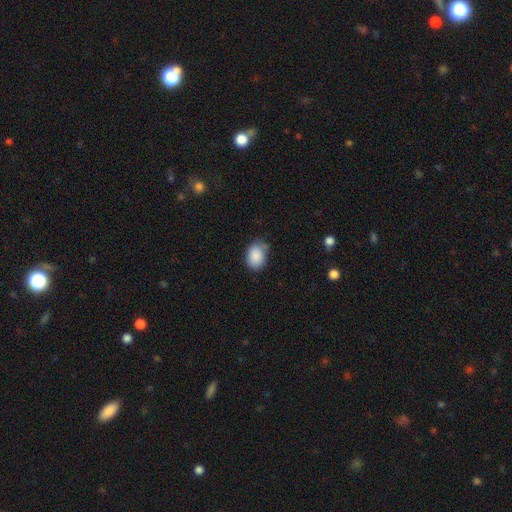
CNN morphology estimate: This is clearly a smooth galaxy (88%). How rounded: likely in between (72%). Merging: likely none (68%).